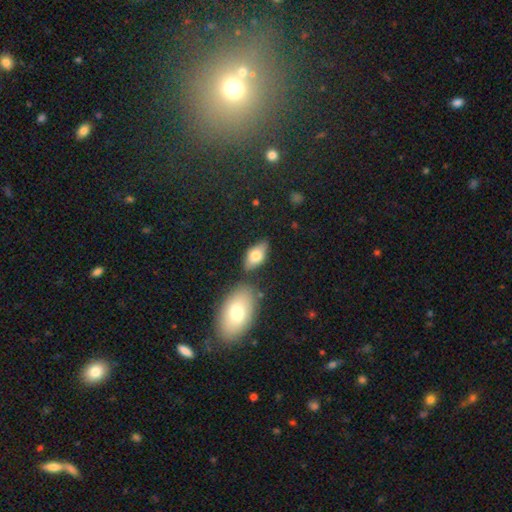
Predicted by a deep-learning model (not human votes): Smooth or featured?
  - smooth: 69% *
  - featured or disk: 23%
  - star or artifact: 7%
How rounded?
  - in between: 88% *
  - cigar-shaped: 6%
  - round: 5%
Merging?
  - none: 70% *
  - minor disturbance: 15%
  - merger: 10%
  - major disturbance: 4%